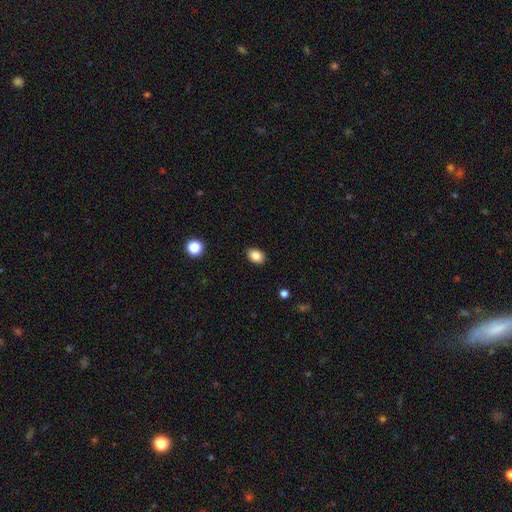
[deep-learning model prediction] smooth_or_featured: smooth (p=0.86) [alt: star or artifact p=0.09]
how_rounded: in between (p=0.72) [alt: round p=0.27]
merging: none (p=0.89) [alt: minor disturbance p=0.08]